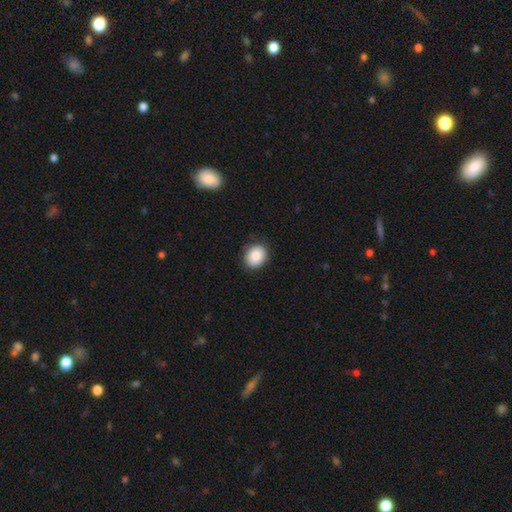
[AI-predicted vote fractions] smooth-or-featured: smooth: 85% | star or artifact: 8% | featured or disk: 7%
  how-rounded: round: 53% | in between: 46% | cigar-shaped: 1%
  merging: none: 86% | minor disturbance: 11% | major disturbance: 2% | merger: 1%